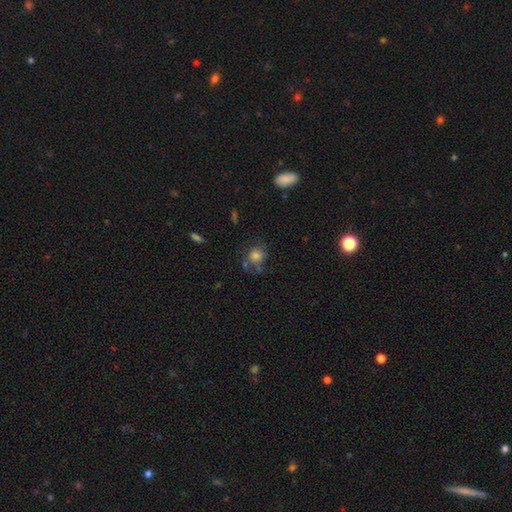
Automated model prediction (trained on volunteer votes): smooth_or_featured: smooth (p=0.70) [alt: featured or disk p=0.18]
how_rounded: round (p=0.75) [alt: in between p=0.24]
merging: none (p=0.49) [alt: minor disturbance p=0.23]